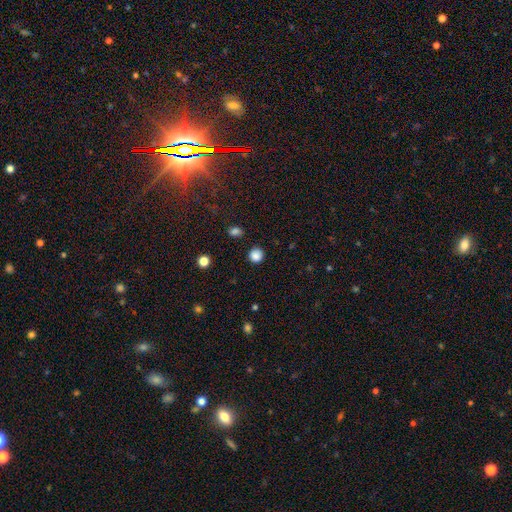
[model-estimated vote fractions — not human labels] smooth_or_featured: smooth (p=0.86) [alt: star or artifact p=0.11]
how_rounded: round (p=0.90) [alt: in between p=0.09]
merging: none (p=0.89) [alt: minor disturbance p=0.07]